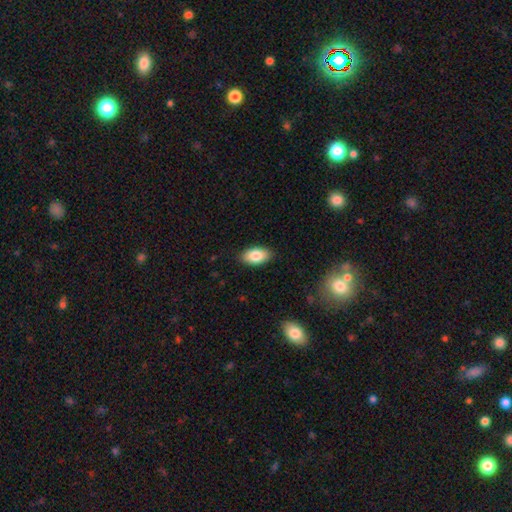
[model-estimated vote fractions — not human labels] This appears to be a smooth galaxy with no disk features (84%) that is in between round and cigar-shaped (94%). Merging: none (88%).